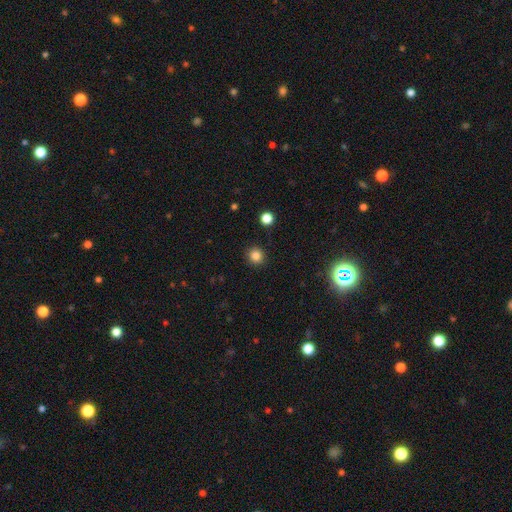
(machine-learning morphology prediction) smooth_or_featured: smooth (p=0.83) [alt: star or artifact p=0.13]
how_rounded: round (p=0.93) [alt: in between p=0.06]
merging: none (p=0.91) [alt: minor disturbance p=0.05]